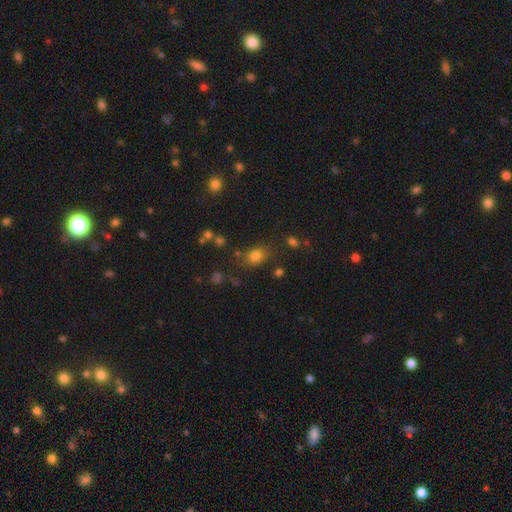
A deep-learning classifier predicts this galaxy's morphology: A smooth galaxy with no disk features (77%) that is in between round and cigar-shaped (58%). Merging: none (75%).